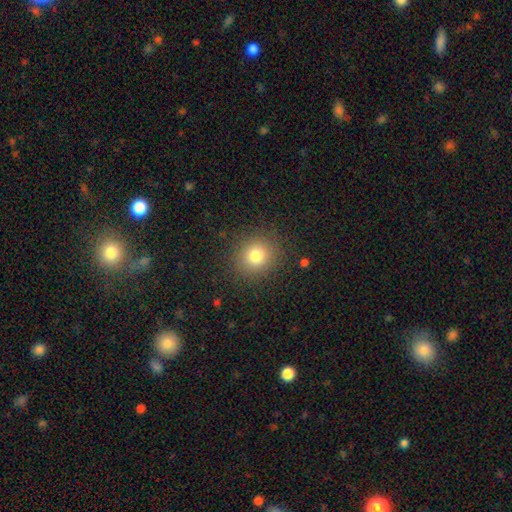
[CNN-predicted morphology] This appears to be a smooth galaxy with no disk features (79%) that is round (86%). Merging: none (88%).